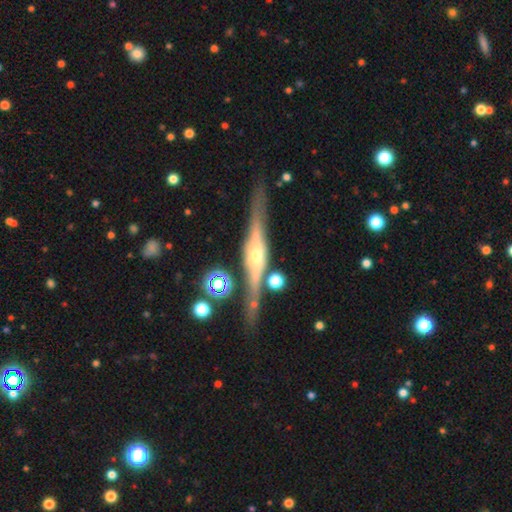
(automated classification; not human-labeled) Q: Smooth or featured?
A: featured or disk (83%); runner-up: smooth (10%)
Q: Edge-on disk?
A: yes (96%); runner-up: no (4%)
Q: Edge-on bulge?
A: rounded (79%); runner-up: boxy (16%)
Q: Merging?
A: none (83%); runner-up: minor disturbance (11%)